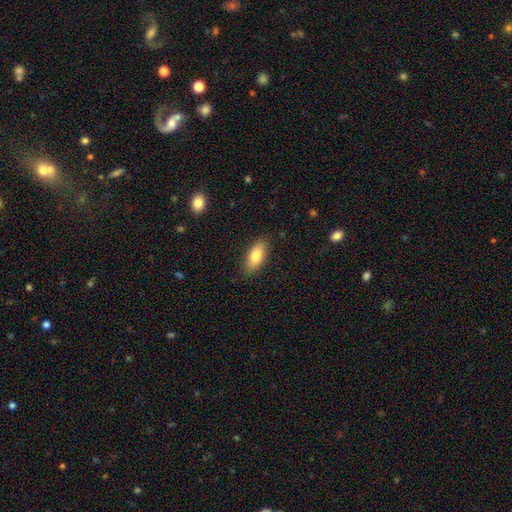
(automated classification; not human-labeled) This is likely a smooth galaxy (80%). How rounded: clearly in between (83%). Merging: clearly none (86%).